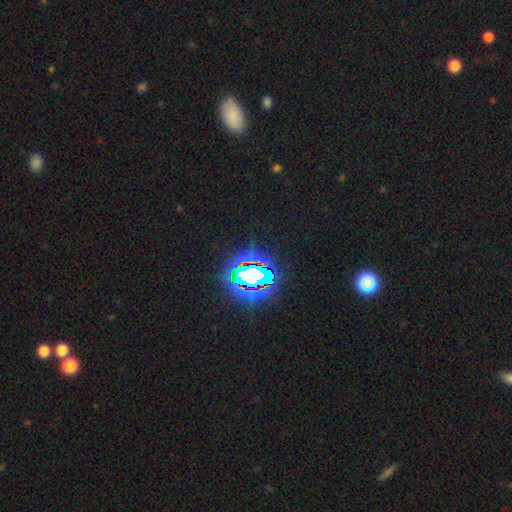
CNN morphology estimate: Smooth or featured? Predicted: star or artifact (p=0.81).